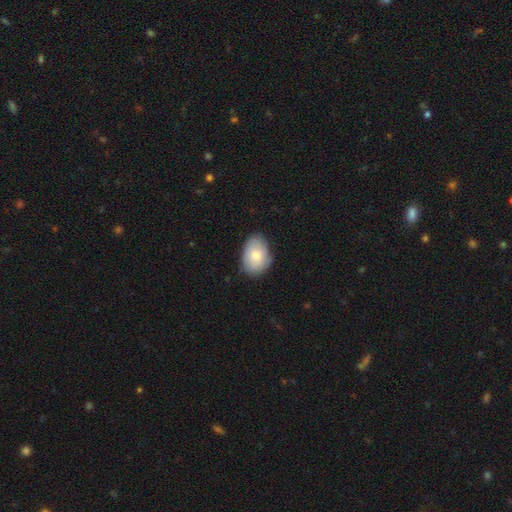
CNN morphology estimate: A smooth galaxy with no disk features (78%) that is in between round and cigar-shaped (82%).

Vote fractions:
- Smooth or featured? smooth: 78% / featured or disk: 16% / star or artifact: 6%
- How rounded? in between: 82% / round: 17% / cigar-shaped: 1%
- Merging? none: 79% / minor disturbance: 17% / major disturbance: 3% / merger: 1%